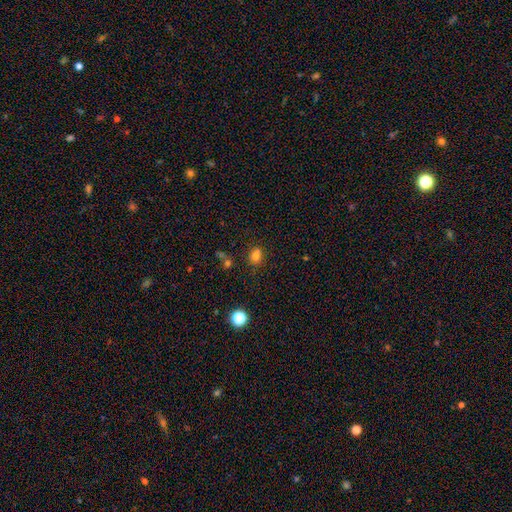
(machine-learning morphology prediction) smooth 76%, star or artifact 17%, featured or disk 7%. Down the decision tree: how rounded — in between (57%); merging — none (68%).